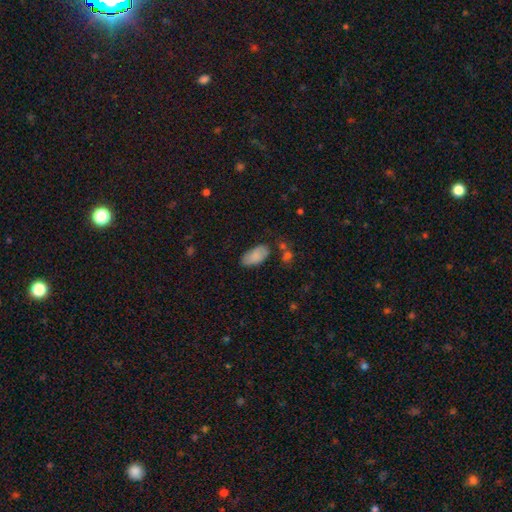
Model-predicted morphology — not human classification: The model was most divided on "merging": none: 72%, minor disturbance: 19%, merger: 5%, major disturbance: 4%. More confident: how rounded — in between (94%); smooth or featured — smooth (83%).